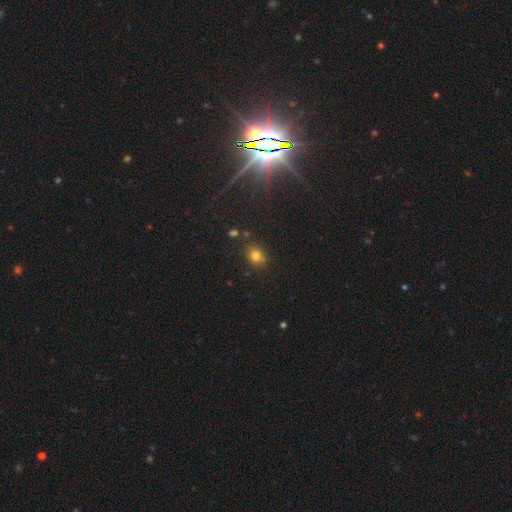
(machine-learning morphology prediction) Smooth or featured? smooth (76%)
How rounded? round (60%)
Merging? none (76%)